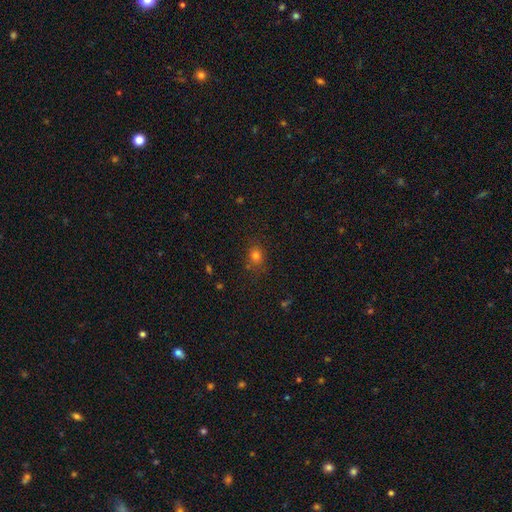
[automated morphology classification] The model was most divided on "how rounded": round: 57%, in between: 42%, cigar-shaped: 2%. More confident: merging — none (77%); smooth or featured — smooth (75%).